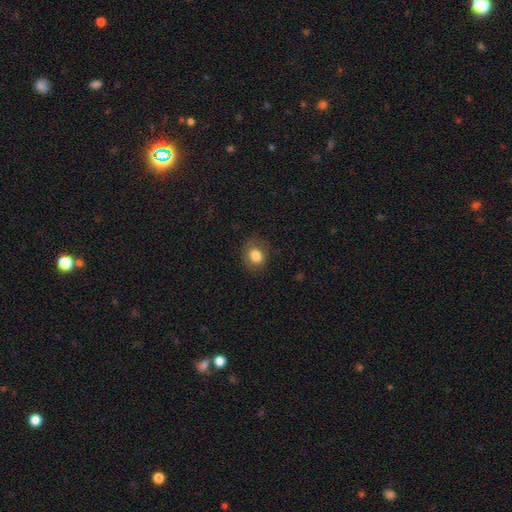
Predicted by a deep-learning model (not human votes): This appears to be a smooth galaxy with no disk features (82%) that is round (66%). Merging: none (80%).